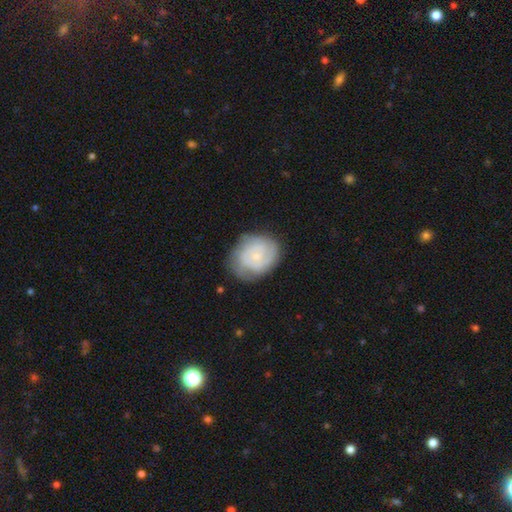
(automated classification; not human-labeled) featured or disk 66%, smooth 27%, star or artifact 6%. Down the decision tree: edge-on disk — no (98%); bar — no (73%); spiral arms — yes (88%); spiral arm count — can't tell (38%); spiral winding — tight (63%); bulge size — small (76%); merging — none (70%).